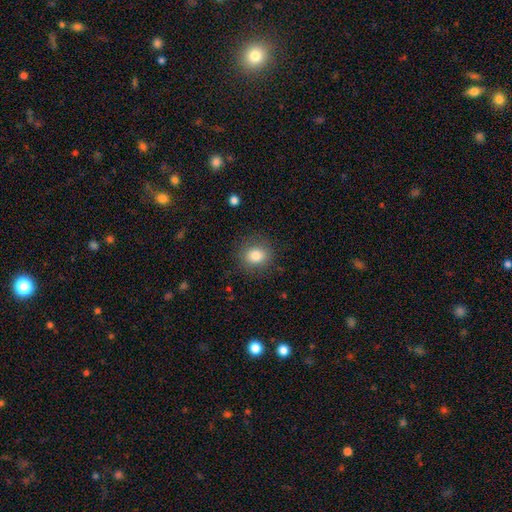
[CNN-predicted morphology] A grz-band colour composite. It shows a smooth galaxy with no disk features (82%) that is round (79%). Merging: none (86%).